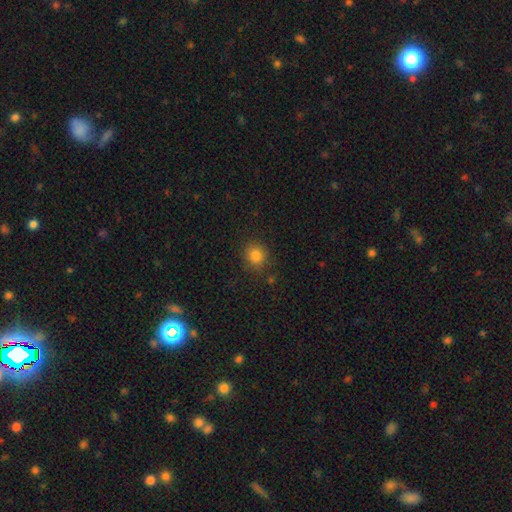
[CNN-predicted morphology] Smooth or featured? Predicted: smooth (p=0.83). How rounded? Predicted: round (p=0.87). Merging? Predicted: none (p=0.83).